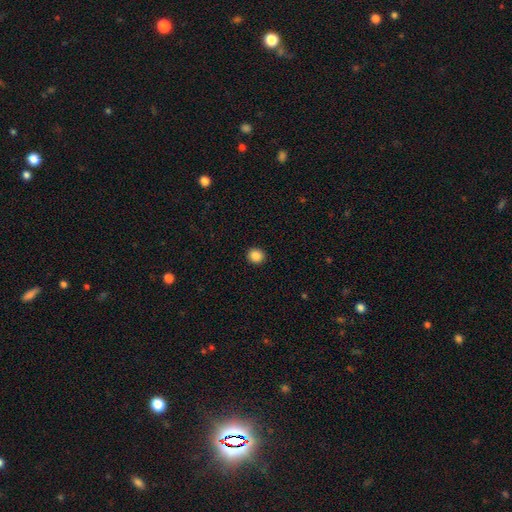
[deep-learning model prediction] Smooth or featured: smooth — 86% (star or artifact — 10%)
How rounded: round — 88% (in between — 11%)
Merging: none — 93% (minor disturbance — 4%)